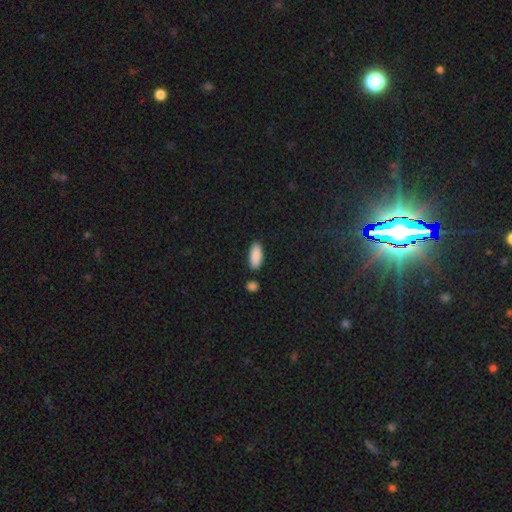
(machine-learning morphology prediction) Overall: smooth (90%). How rounded: in between (83%). Merging: none (85%).